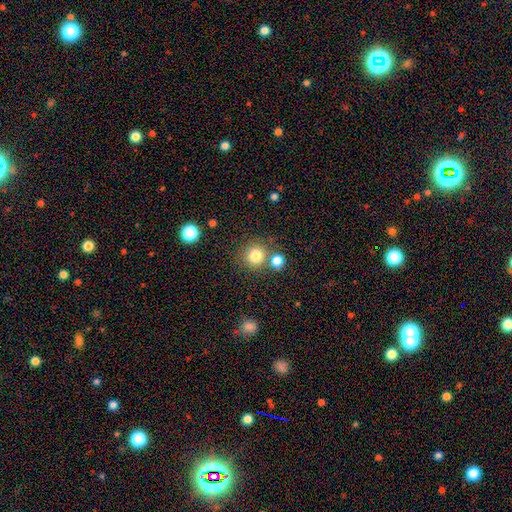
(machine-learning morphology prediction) Smooth or featured: smooth — 79% (star or artifact — 13%)
How rounded: round — 92% (in between — 8%)
Merging: none — 71% (merger — 17%)